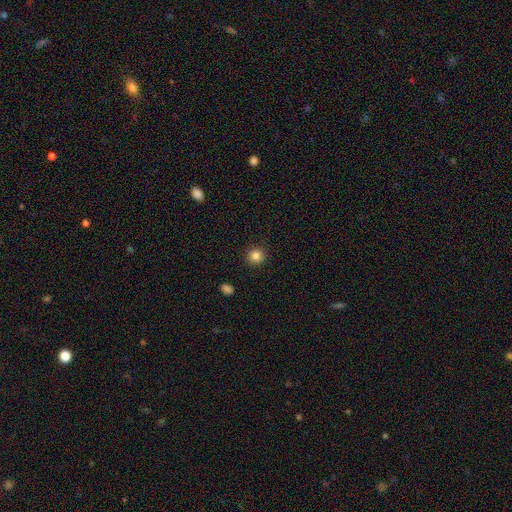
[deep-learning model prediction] Smooth or featured? Predicted: smooth (p=0.84). How rounded? Predicted: round (p=0.94). Merging? Predicted: none (p=0.92).